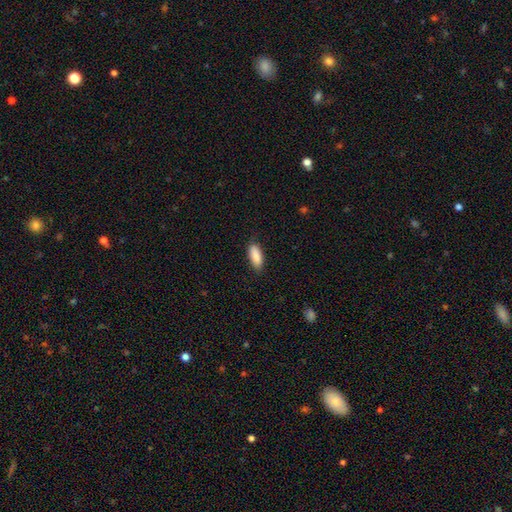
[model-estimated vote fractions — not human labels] This appears to be a smooth galaxy with no disk features (90%) that is in between round and cigar-shaped (76%). Merging: none (86%).